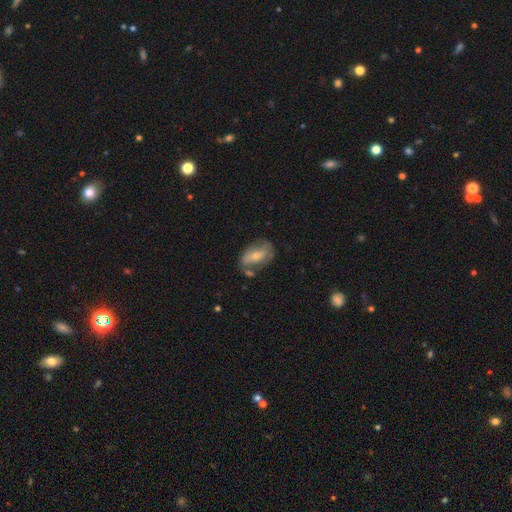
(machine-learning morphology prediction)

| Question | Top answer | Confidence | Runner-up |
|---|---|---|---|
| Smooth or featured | featured or disk | 50% | smooth (41%) |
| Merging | none | 59% | minor disturbance (22%) |